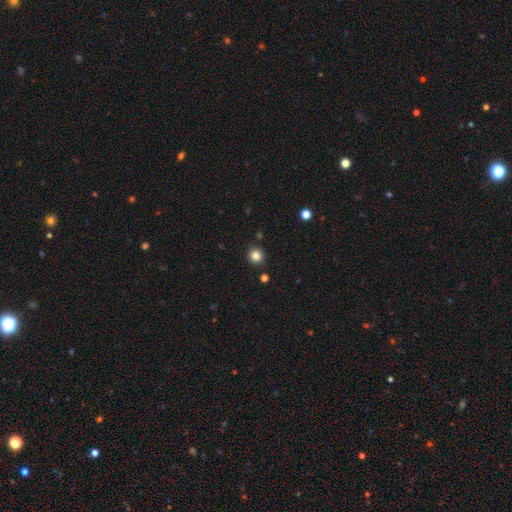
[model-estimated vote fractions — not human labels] Smooth or featured: smooth — 82% (star or artifact — 12%)
How rounded: round — 94% (in between — 5%)
Merging: none — 90% (minor disturbance — 6%)